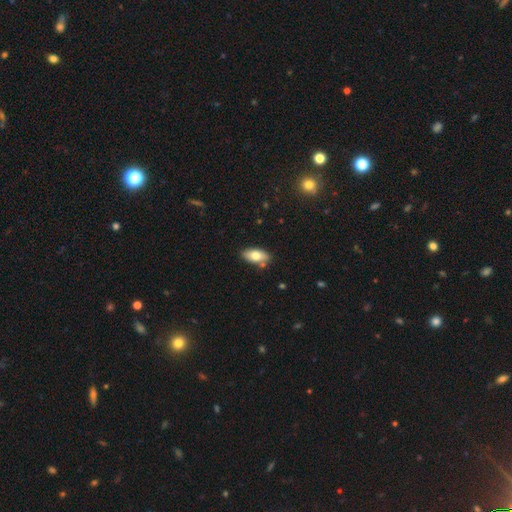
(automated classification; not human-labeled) Q: Smooth or featured?
A: smooth (74%); runner-up: featured or disk (19%)
Q: How rounded?
A: in between (90%); runner-up: cigar-shaped (6%)
Q: Merging?
A: none (80%); runner-up: minor disturbance (13%)